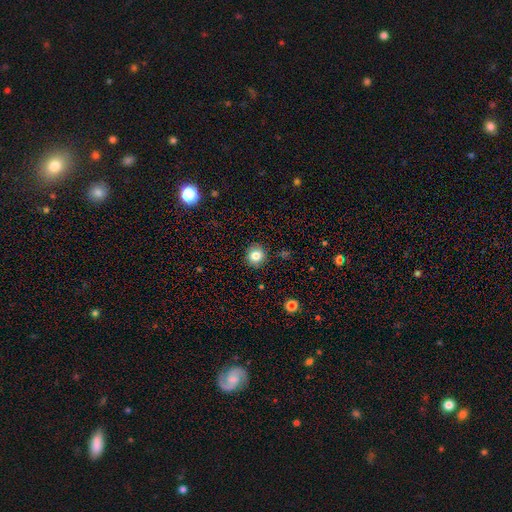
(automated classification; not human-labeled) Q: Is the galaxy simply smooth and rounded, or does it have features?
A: smooth — 81%.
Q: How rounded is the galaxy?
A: round — 87%.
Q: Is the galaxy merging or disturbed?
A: none — 89%.